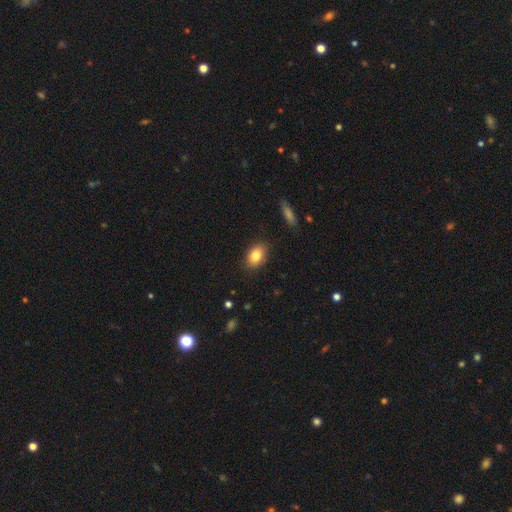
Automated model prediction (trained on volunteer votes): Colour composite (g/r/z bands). It shows a smooth galaxy with no disk features (83%) that is in between round and cigar-shaped (83%). Merging: none (86%).